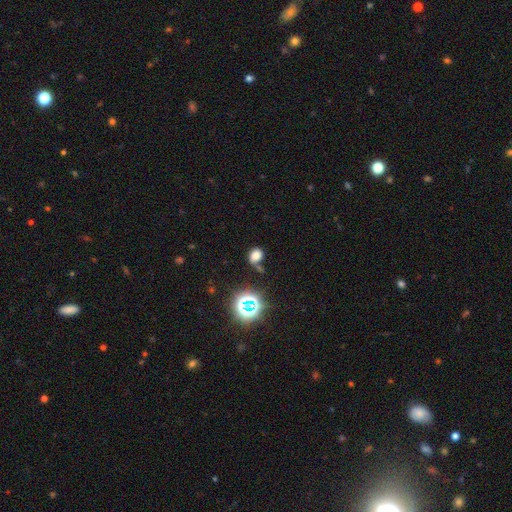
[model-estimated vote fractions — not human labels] This is likely a smooth galaxy (67%). How rounded: possibly in between (58%). Merging: possibly none (60%).